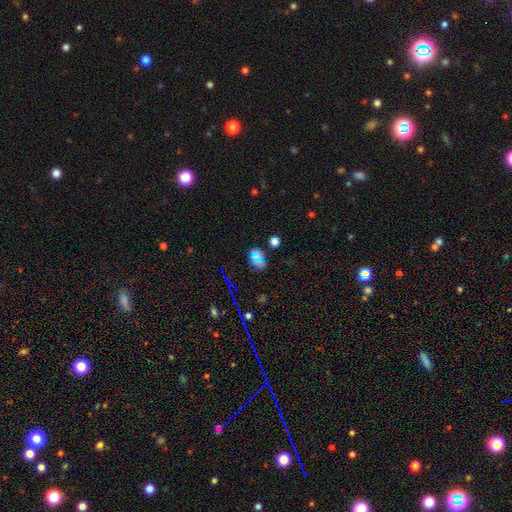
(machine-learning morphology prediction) This is possibly a star or artifact rather than a galaxy (51%).